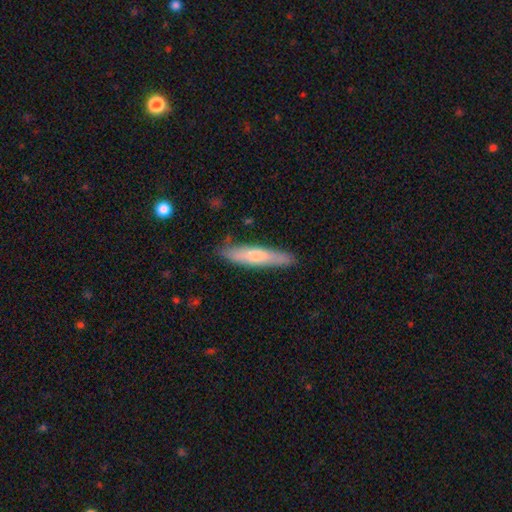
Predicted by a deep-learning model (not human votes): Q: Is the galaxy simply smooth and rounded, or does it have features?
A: smooth — 63%.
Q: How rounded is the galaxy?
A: cigar-shaped — 87%.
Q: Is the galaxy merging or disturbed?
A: none — 84%.